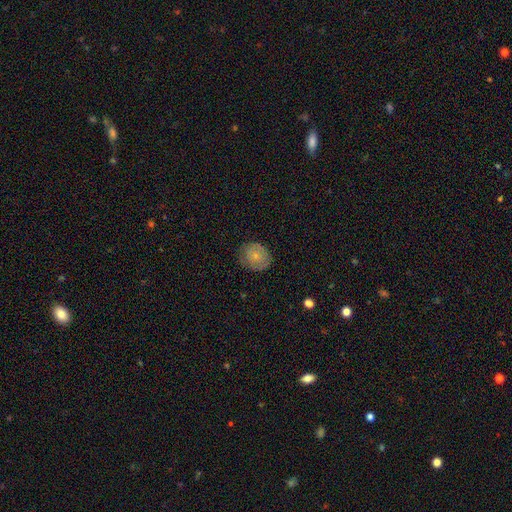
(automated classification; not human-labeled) Morphology: type=smooth (63%); roundness=round (75%); merging=none (76%).